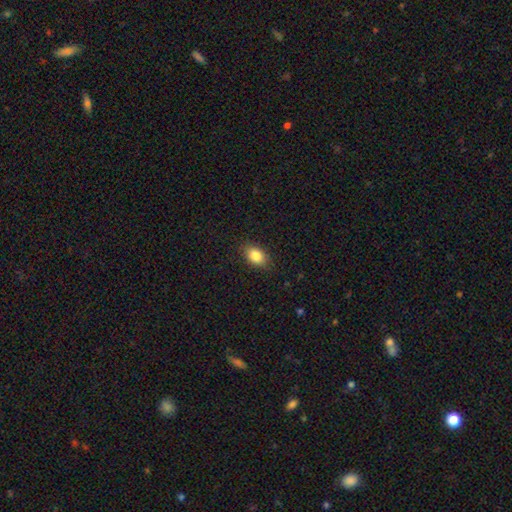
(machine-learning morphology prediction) Smooth or featured? Predicted: smooth (p=0.85). How rounded? Predicted: in between (p=0.80). Merging? Predicted: none (p=0.86).